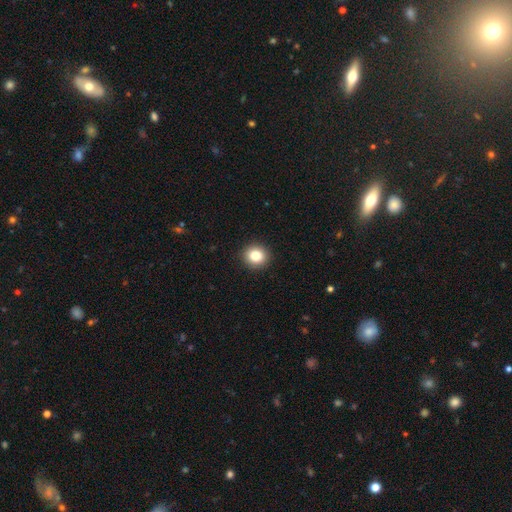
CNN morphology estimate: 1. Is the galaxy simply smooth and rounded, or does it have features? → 83% smooth, 10% star or artifact, 7% featured or disk.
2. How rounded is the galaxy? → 88% round, 11% in between, 1% cigar-shaped.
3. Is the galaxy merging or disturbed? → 92% none, 5% minor disturbance, 2% major disturbance, 1% merger.